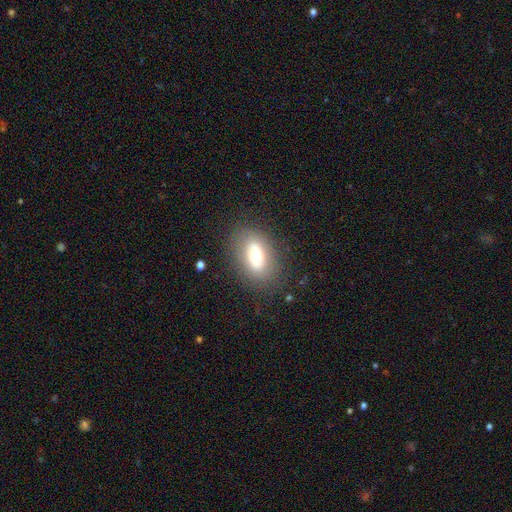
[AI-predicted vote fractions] Smooth or featured? Predicted: smooth (p=0.64). How rounded? Predicted: in between (p=0.84). Merging? Predicted: none (p=0.82).